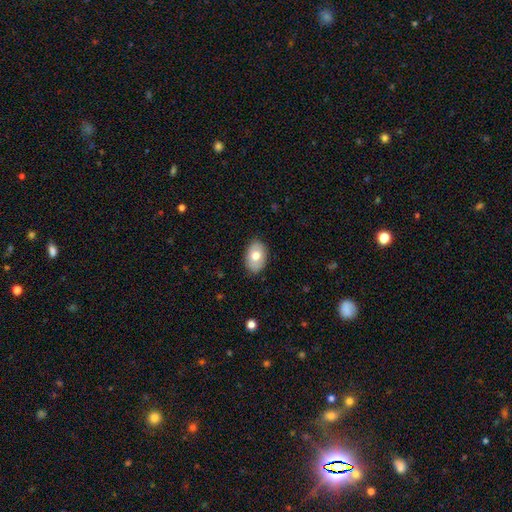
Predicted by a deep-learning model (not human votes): Smooth or featured? Predicted: smooth (p=0.73). How rounded? Predicted: in between (p=0.87). Merging? Predicted: none (p=0.86).